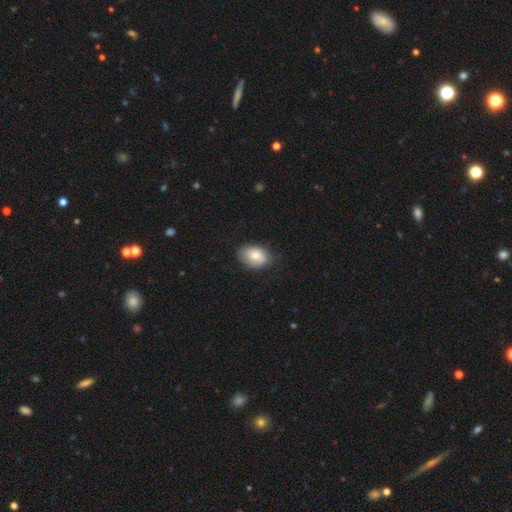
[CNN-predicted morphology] A smooth galaxy with no disk features (76%) that is in between round and cigar-shaped (79%).

Vote fractions:
- Smooth or featured? smooth: 76% / featured or disk: 17% / star or artifact: 7%
- How rounded? in between: 79% / round: 19% / cigar-shaped: 1%
- Merging? none: 72% / minor disturbance: 23% / major disturbance: 5% / merger: 1%